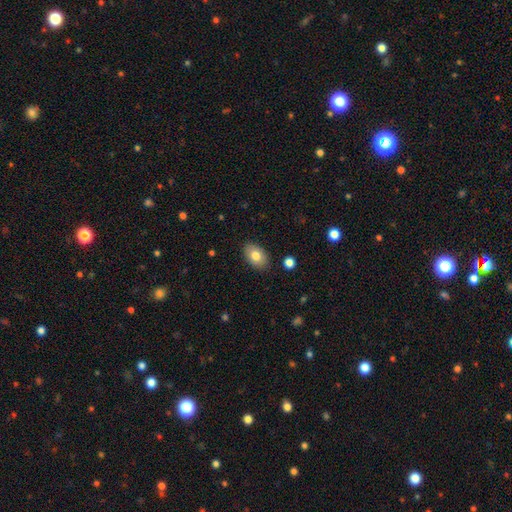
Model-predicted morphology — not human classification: The model was most divided on "smooth or featured": smooth: 79%, featured or disk: 13%, star or artifact: 7%. More confident: how rounded — in between (88%); merging — none (87%).